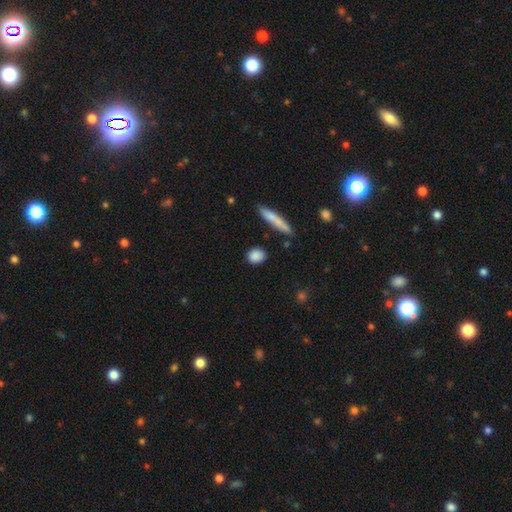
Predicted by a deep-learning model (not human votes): Morphology: type=smooth (87%); roundness=round (57%); merging=none (84%).